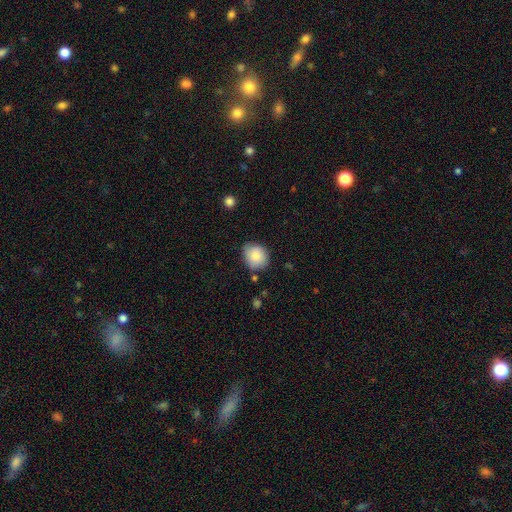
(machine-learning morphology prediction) Smooth or featured?
  - smooth: 83% *
  - featured or disk: 10%
  - star or artifact: 8%
How rounded?
  - round: 66% *
  - in between: 33%
  - cigar-shaped: 1%
Merging?
  - none: 69% *
  - minor disturbance: 24%
  - major disturbance: 4%
  - merger: 3%